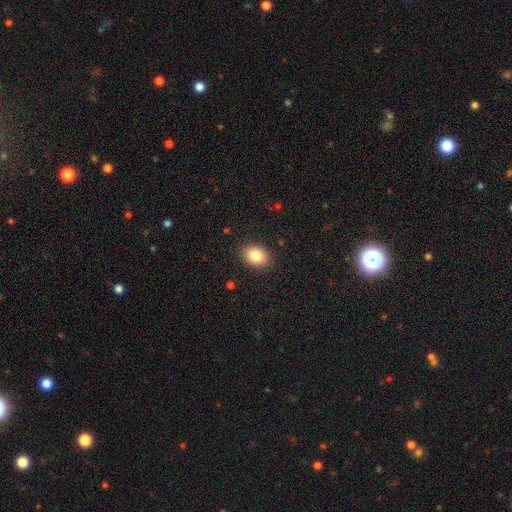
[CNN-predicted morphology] smooth_or_featured: smooth (p=0.84) [alt: star or artifact p=0.08]
how_rounded: in between (p=0.70) [alt: round p=0.29]
merging: none (p=0.88) [alt: minor disturbance p=0.08]